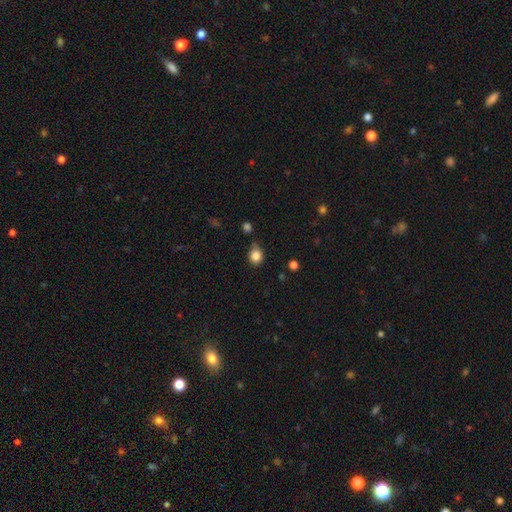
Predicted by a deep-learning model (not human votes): Q: Smooth or featured?
A: smooth (84%); runner-up: star or artifact (10%)
Q: How rounded?
A: round (71%); runner-up: in between (28%)
Q: Merging?
A: none (60%); runner-up: minor disturbance (28%)